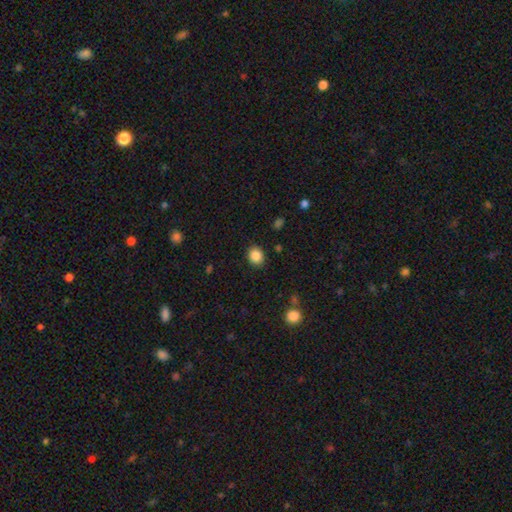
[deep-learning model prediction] This appears to be a smooth galaxy with no disk features (86%) that is round (61%). Merging: none (88%).